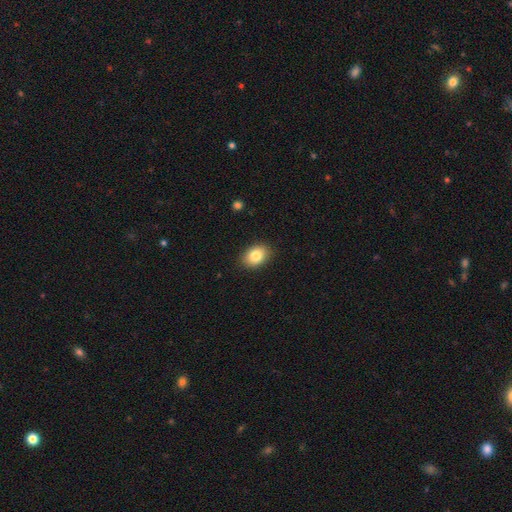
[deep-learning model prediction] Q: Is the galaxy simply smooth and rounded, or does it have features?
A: smooth — 84%.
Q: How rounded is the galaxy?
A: in between — 74%.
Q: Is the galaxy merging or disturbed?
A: none — 89%.